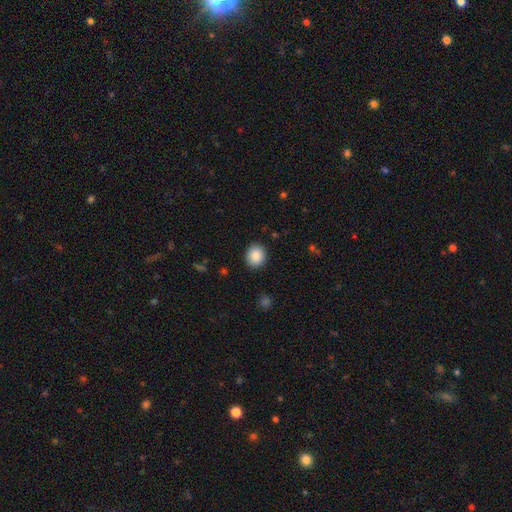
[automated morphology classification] Smooth or featured: smooth — 87% (star or artifact — 8%)
How rounded: round — 76% (in between — 23%)
Merging: none — 90% (minor disturbance — 6%)